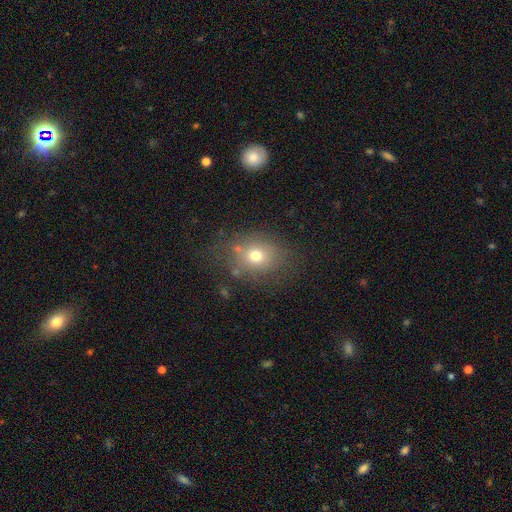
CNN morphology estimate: A smooth galaxy with no disk features (67%) that is round (54%). Merging: none (73%).